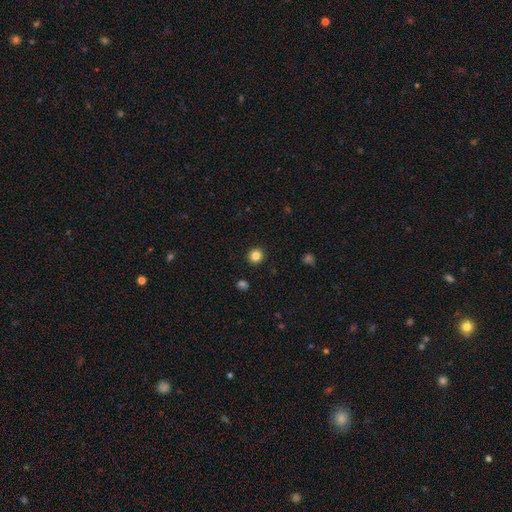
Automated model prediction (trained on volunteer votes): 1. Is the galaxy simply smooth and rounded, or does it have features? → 84% smooth, 11% star or artifact, 4% featured or disk.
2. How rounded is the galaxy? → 92% round, 7% in between, 1% cigar-shaped.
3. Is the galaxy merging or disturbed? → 92% none, 5% minor disturbance, 2% major disturbance, 1% merger.